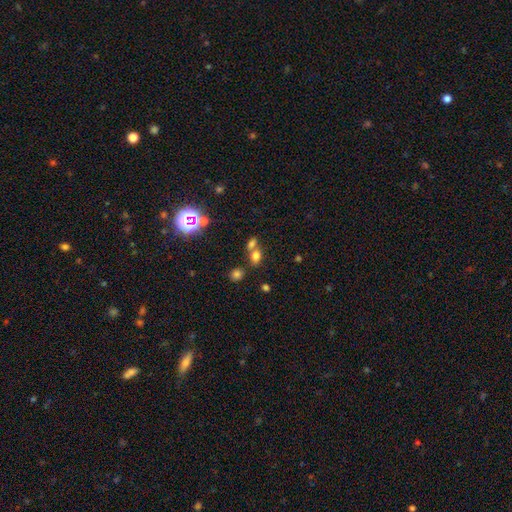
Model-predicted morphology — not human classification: This appears to be a smooth galaxy with no disk features (67%) that is in between round and cigar-shaped (66%). Merging: merger (45%).